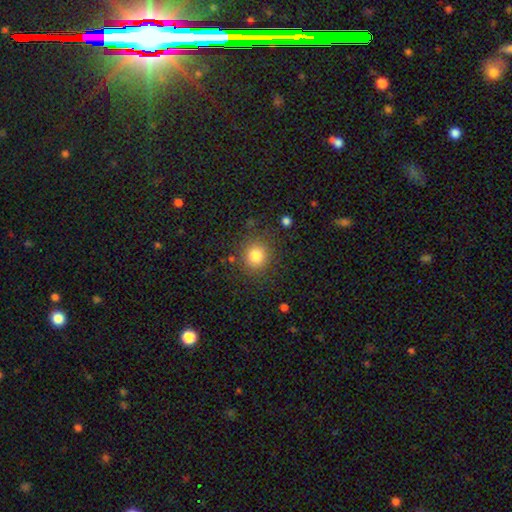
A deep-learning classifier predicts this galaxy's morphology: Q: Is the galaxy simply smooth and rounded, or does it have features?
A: smooth — 81%.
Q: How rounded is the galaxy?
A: round — 88%.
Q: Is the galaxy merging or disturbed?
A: none — 85%.